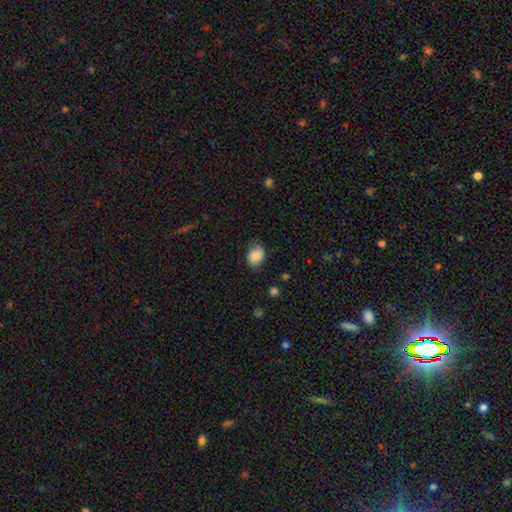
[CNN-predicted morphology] A smooth galaxy with no disk features (86%) that is in between round and cigar-shaped (70%).

Vote fractions:
- Smooth or featured? smooth: 86% / star or artifact: 7% / featured or disk: 6%
- How rounded? in between: 70% / round: 29% / cigar-shaped: 1%
- Merging? none: 72% / minor disturbance: 21% / major disturbance: 5% / merger: 1%